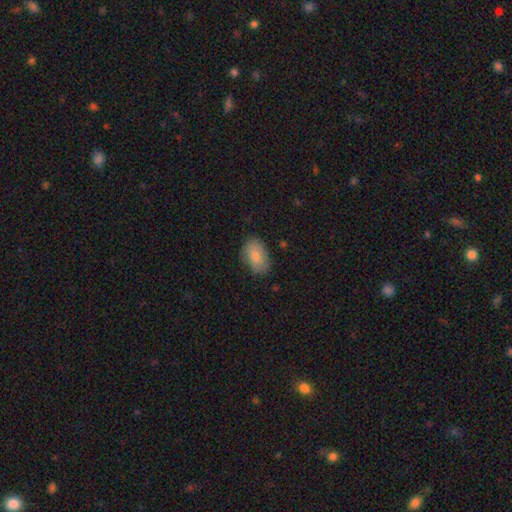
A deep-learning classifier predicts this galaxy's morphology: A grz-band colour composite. It shows a smooth galaxy with no disk features (84%) that is in between round and cigar-shaped (89%). Merging: none (78%).